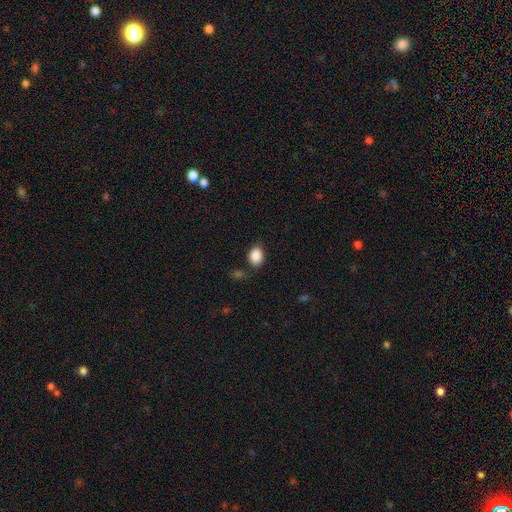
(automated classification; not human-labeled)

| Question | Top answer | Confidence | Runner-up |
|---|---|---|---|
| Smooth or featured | smooth | 88% | star or artifact (8%) |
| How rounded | in between | 68% | round (31%) |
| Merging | none | 74% | minor disturbance (16%) |